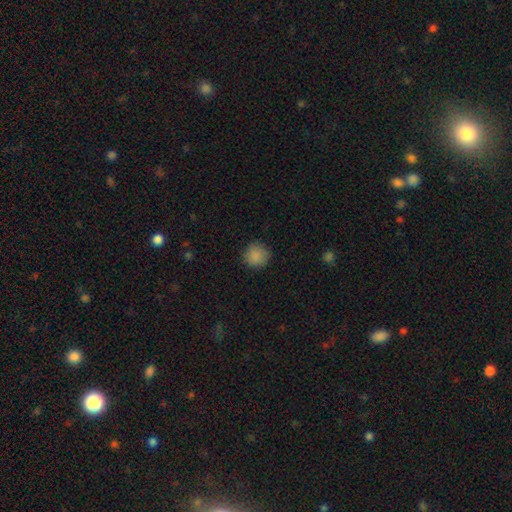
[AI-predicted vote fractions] Smooth or featured? smooth (87%)
How rounded? round (93%)
Merging? none (87%)